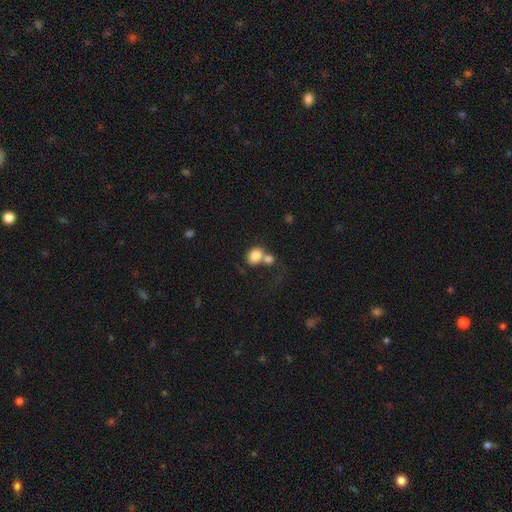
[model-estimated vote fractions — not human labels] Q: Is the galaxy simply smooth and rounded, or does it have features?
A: smooth — 81%.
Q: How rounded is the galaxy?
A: round — 52%.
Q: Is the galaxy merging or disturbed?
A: merger — 50%.